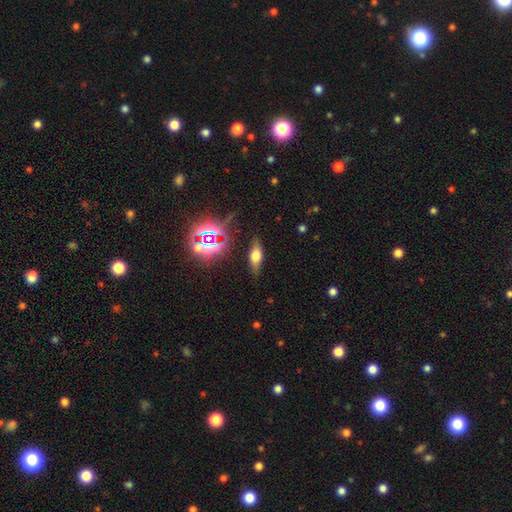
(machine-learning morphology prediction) Smooth or featured?
  - smooth: 44% *
  - featured or disk: 38%
  - star or artifact: 18%
Merging?
  - none: 83% *
  - minor disturbance: 12%
  - major disturbance: 4%
  - merger: 2%